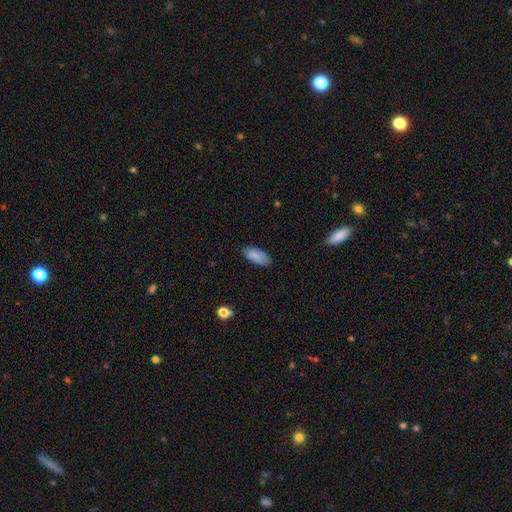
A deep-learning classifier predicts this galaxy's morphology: Smooth or featured? Predicted: smooth (p=0.85). How rounded? Predicted: in between (p=0.90). Merging? Predicted: none (p=0.80).